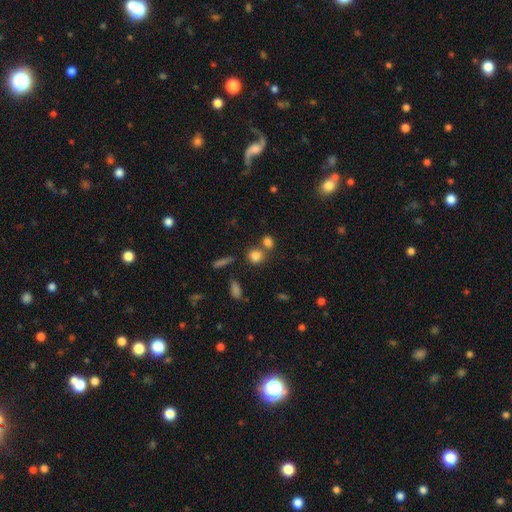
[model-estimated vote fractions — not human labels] smooth_or_featured: smooth (p=0.81) [alt: star or artifact p=0.12]
how_rounded: round (p=0.70) [alt: in between p=0.28]
merging: none (p=0.56) [alt: merger p=0.31]